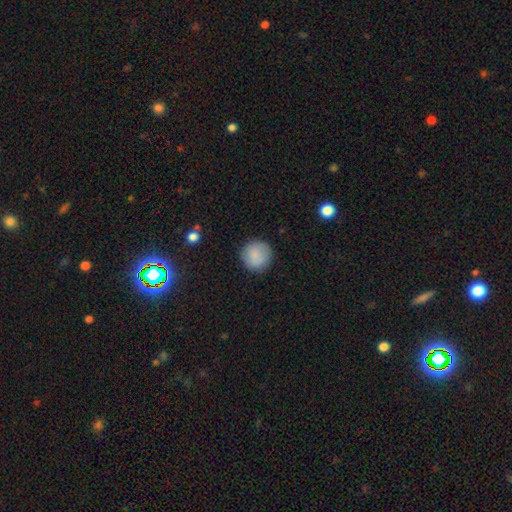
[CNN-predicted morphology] Smooth or featured? smooth (87%)
How rounded? round (94%)
Merging? none (88%)